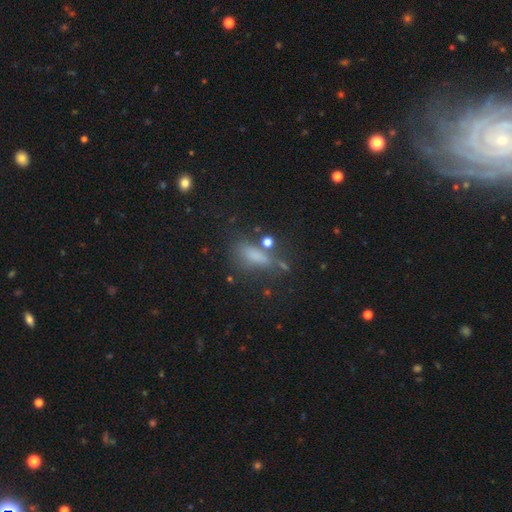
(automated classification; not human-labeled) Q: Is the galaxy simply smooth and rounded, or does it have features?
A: smooth — 68%.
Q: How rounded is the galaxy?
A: in between — 57%.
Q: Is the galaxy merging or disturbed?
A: none — 55%.